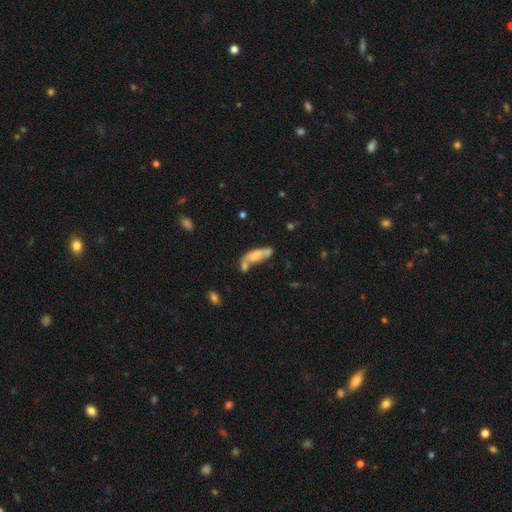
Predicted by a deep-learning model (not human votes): Overall: smooth (59%; featured or disk 33%). How rounded: in between (52%; cigar-shaped 46%). Merging: none (34%; merger 33%).